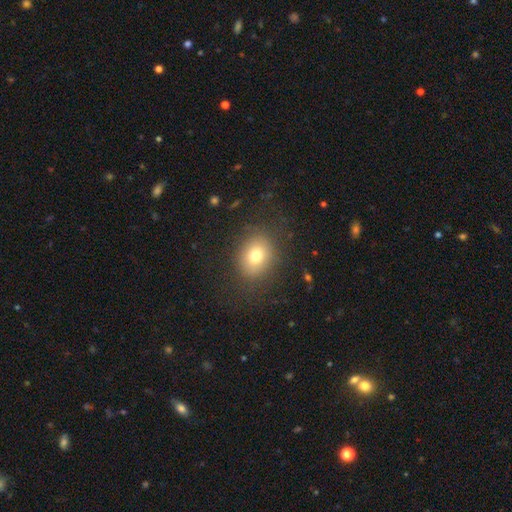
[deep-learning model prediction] Smooth or featured? smooth (75%)
How rounded? round (52%)
Merging? none (82%)